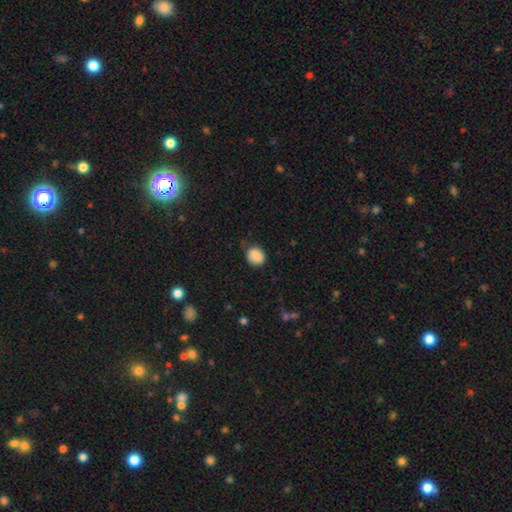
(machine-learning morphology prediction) A smooth galaxy with no disk features (88%) that is round (62%).

Vote fractions:
- Smooth or featured? smooth: 88% / star or artifact: 8% / featured or disk: 4%
- How rounded? round: 62% / in between: 37% / cigar-shaped: 1%
- Merging? none: 72% / minor disturbance: 22% / major disturbance: 5% / merger: 2%